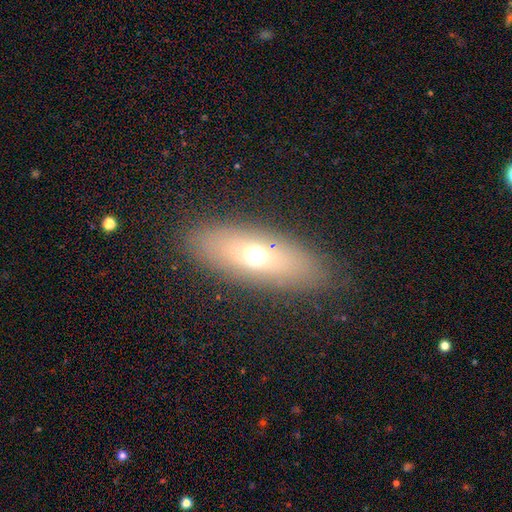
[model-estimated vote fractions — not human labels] This appears to be a smooth galaxy with no disk features (57%) that is in between round and cigar-shaped (68%). Merging: none (85%).